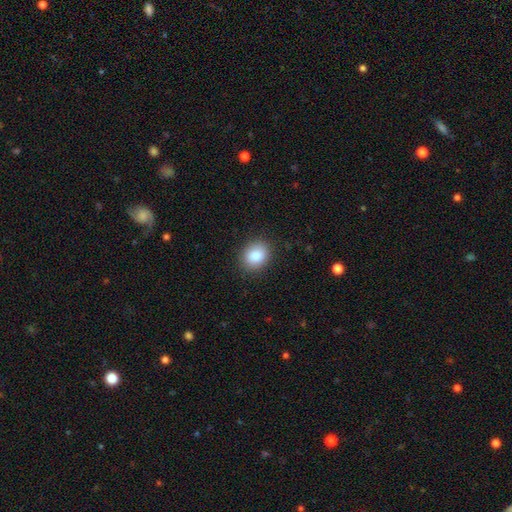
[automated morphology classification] Smooth or featured? smooth (86%)
How rounded? round (53%)
Merging? none (88%)